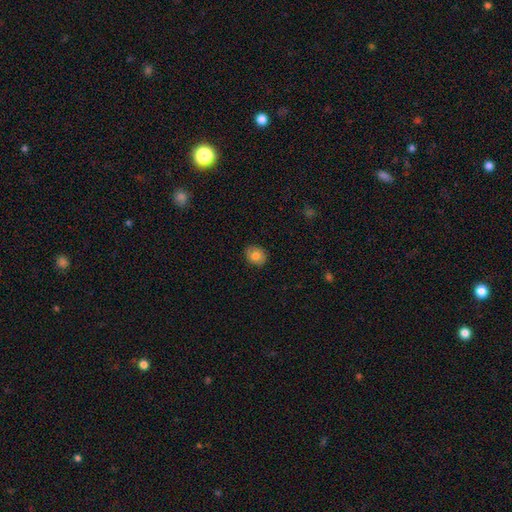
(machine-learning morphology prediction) A smooth galaxy with no disk features (80%) that is round (56%).

Vote fractions:
- Smooth or featured? smooth: 80% / featured or disk: 12% / star or artifact: 8%
- How rounded? round: 56% / in between: 43% / cigar-shaped: 1%
- Merging? none: 88% / minor disturbance: 9% / major disturbance: 2% / merger: 1%